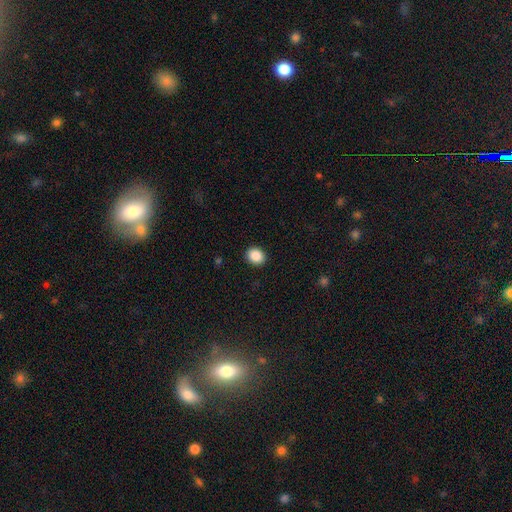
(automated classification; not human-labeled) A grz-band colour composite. It shows a smooth galaxy with no disk features (88%) that is round (61%). Merging: none (91%).